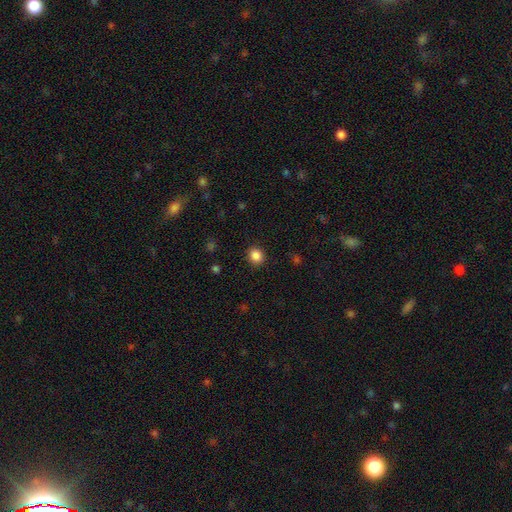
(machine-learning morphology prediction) smooth_or_featured: smooth (p=0.86) [alt: star or artifact p=0.11]
how_rounded: round (p=0.79) [alt: in between p=0.20]
merging: none (p=0.89) [alt: minor disturbance p=0.07]